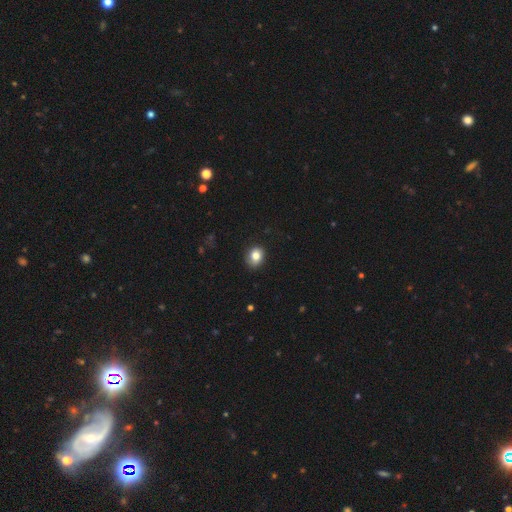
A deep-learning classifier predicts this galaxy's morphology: smooth_or_featured: smooth (p=0.82) [alt: star or artifact p=0.09]
how_rounded: round (p=0.54) [alt: in between p=0.45]
merging: none (p=0.79) [alt: minor disturbance p=0.16]